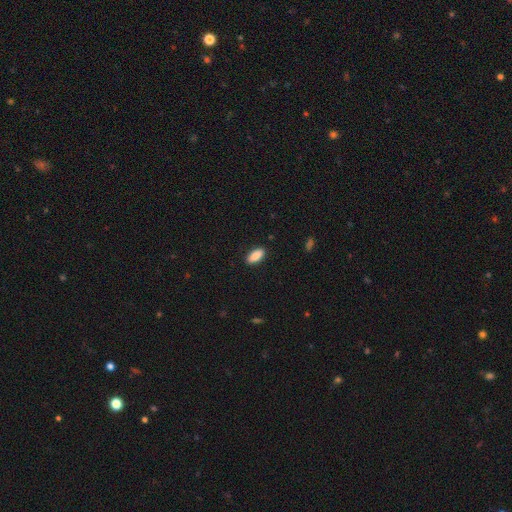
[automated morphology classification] smooth 89%, star or artifact 7%, featured or disk 5%. Down the decision tree: how rounded — in between (86%); merging — none (89%).